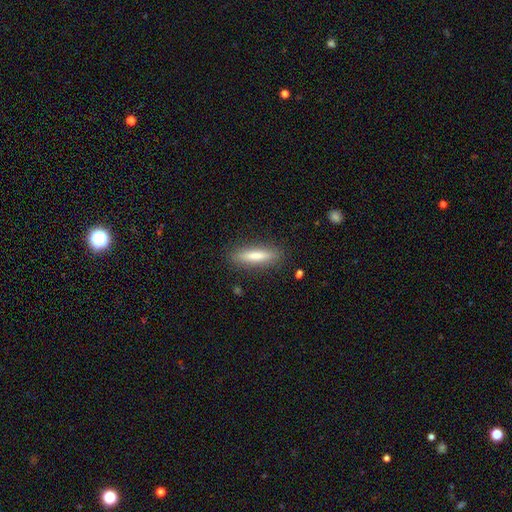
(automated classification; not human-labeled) Morphology: type=smooth (74%); roundness=cigar-shaped (78%); merging=none (87%).